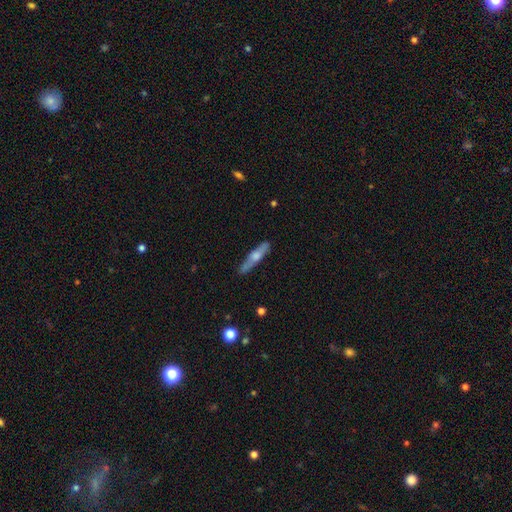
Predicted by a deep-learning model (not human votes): The model was most divided on "smooth or featured": featured or disk: 53%, smooth: 41%, star or artifact: 6%. More confident: edge-on disk — yes (88%); merging — none (85%).